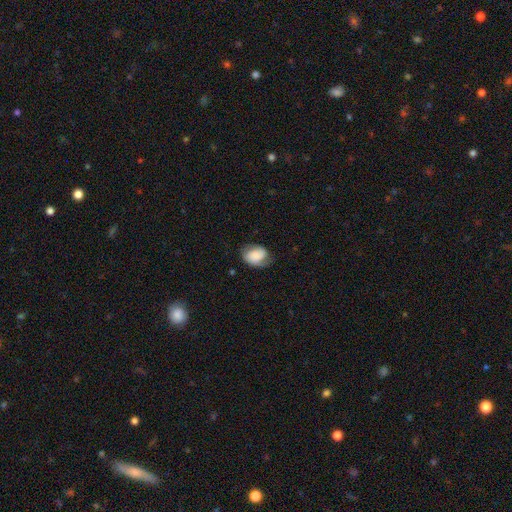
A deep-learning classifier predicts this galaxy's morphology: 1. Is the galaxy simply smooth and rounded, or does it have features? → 61% smooth, 31% featured or disk, 8% star or artifact.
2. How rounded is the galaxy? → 74% in between, 25% round, 1% cigar-shaped.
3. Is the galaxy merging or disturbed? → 51% none, 32% minor disturbance, 15% major disturbance, 2% merger.